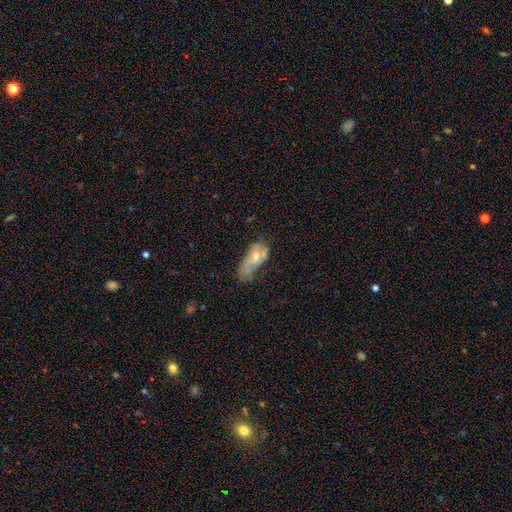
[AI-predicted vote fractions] Morphology: type=smooth (46%); merging=minor disturbance (32%).